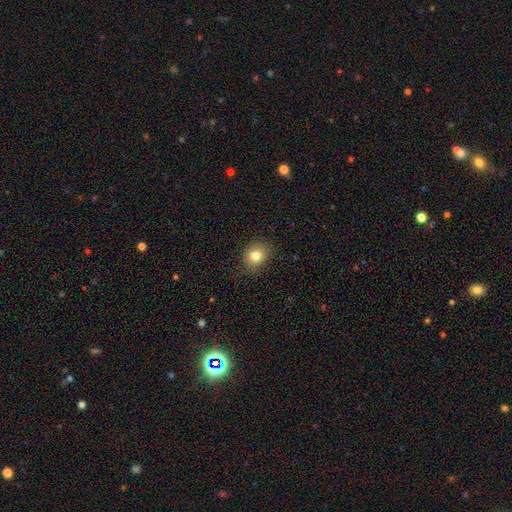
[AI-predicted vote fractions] Smooth or featured?
  - smooth: 81% *
  - star or artifact: 11%
  - featured or disk: 8%
How rounded?
  - round: 59% *
  - in between: 40%
  - cigar-shaped: 1%
Merging?
  - none: 78% *
  - minor disturbance: 17%
  - major disturbance: 4%
  - merger: 1%